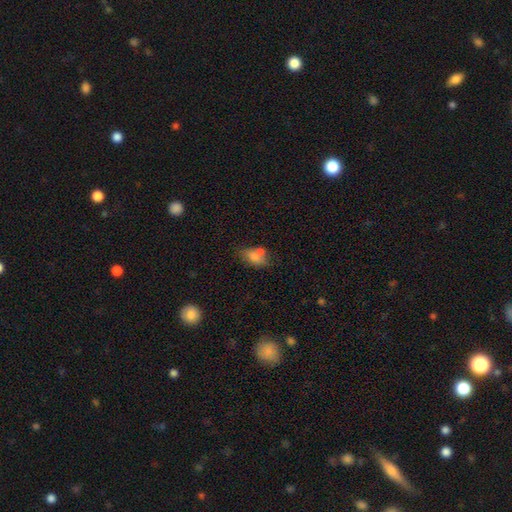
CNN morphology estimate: smooth_or_featured: smooth (p=0.74) [alt: featured or disk p=0.15]
how_rounded: in between (p=0.84) [alt: round p=0.11]
merging: none (p=0.47) [alt: merger p=0.26]